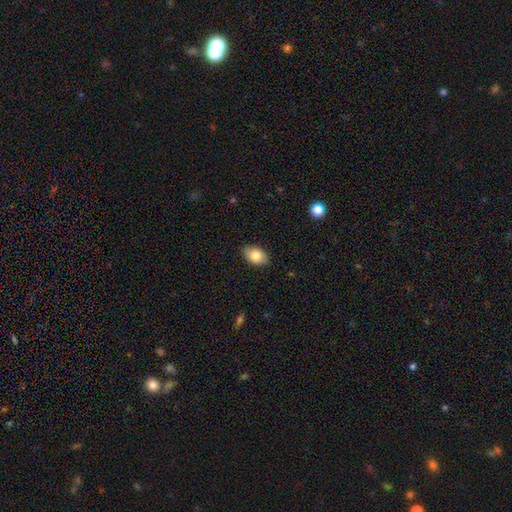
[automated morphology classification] Smooth or featured? Predicted: smooth (p=0.82). How rounded? Predicted: in between (p=0.89). Merging? Predicted: none (p=0.87).